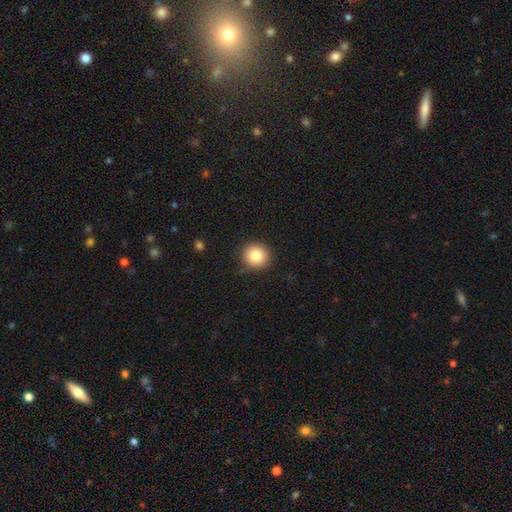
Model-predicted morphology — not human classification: Smooth or featured: smooth — 82% (star or artifact — 10%)
How rounded: round — 91% (in between — 8%)
Merging: none — 90% (minor disturbance — 7%)